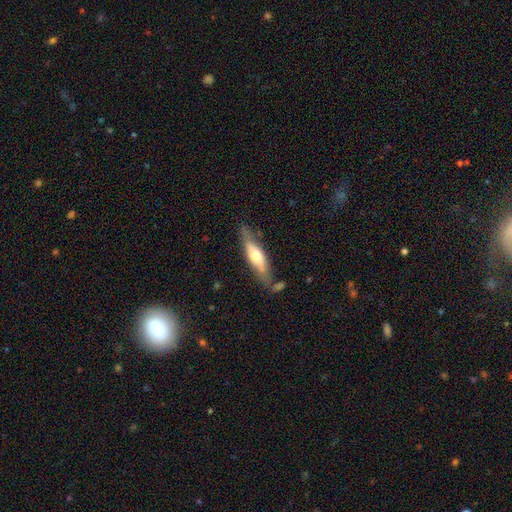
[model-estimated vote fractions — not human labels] The model was most divided on "smooth or featured": smooth: 50%, featured or disk: 45%, star or artifact: 6%. More confident: merging — none (70%).